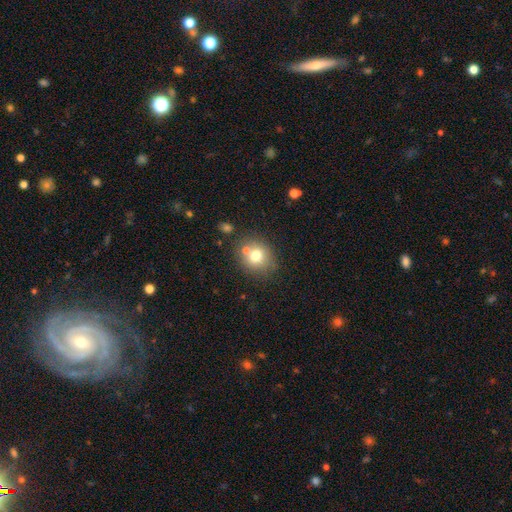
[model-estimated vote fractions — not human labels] This is likely a smooth galaxy (73%). How rounded: likely round (73%). Merging: likely none (62%).